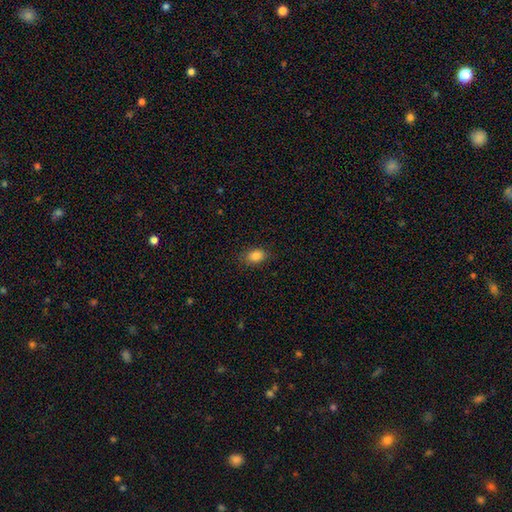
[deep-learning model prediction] smooth 86%, star or artifact 9%, featured or disk 5%. Down the decision tree: how rounded — in between (81%); merging — none (84%).